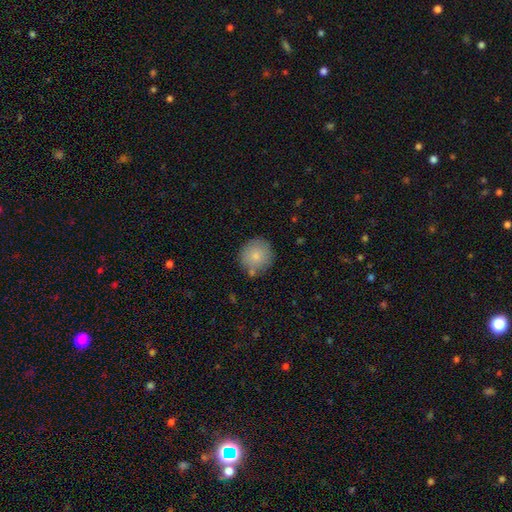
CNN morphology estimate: Overall: smooth (82%). How rounded: round (93%). Merging: none (80%).